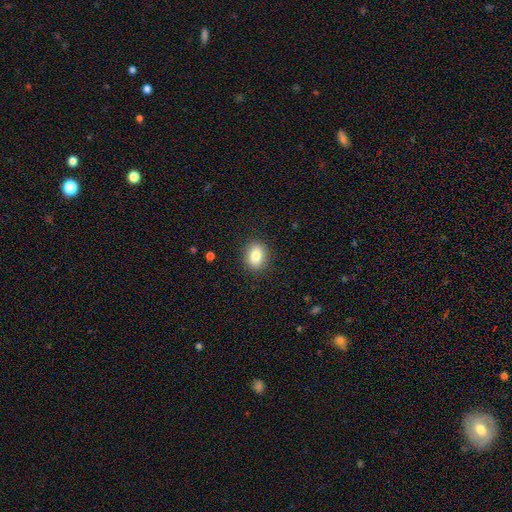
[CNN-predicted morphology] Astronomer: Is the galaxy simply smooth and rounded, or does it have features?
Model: smooth — 82%.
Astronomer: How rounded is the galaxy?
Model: in between — 55% (runner-up: round, 44%).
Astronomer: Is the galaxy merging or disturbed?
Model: none — 88%.